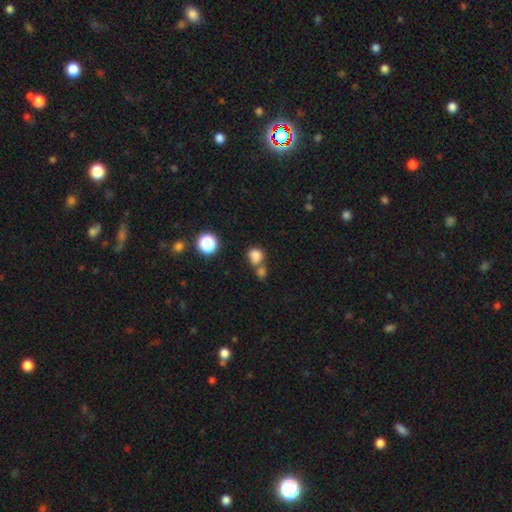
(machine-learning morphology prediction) This appears to be a smooth galaxy with no disk features (80%) that is round (79%). Merging: none (44%).